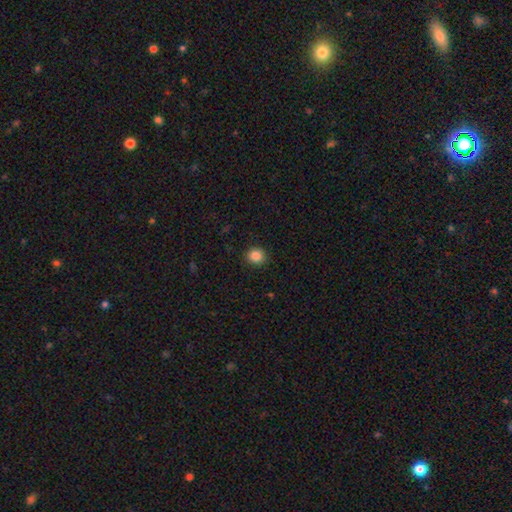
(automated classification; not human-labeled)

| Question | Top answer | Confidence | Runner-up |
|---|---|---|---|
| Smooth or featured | smooth | 86% | star or artifact (10%) |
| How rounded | round | 87% | in between (12%) |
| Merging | none | 91% | minor disturbance (6%) |